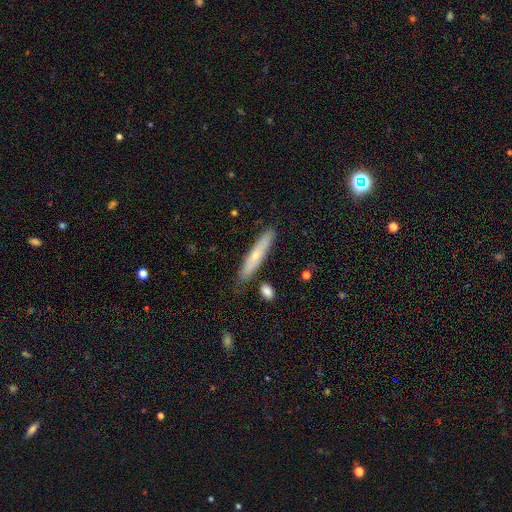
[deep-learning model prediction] Smooth or featured? Predicted: smooth (p=0.52). How rounded? Predicted: cigar-shaped (p=0.87). Merging? Predicted: none (p=0.81).